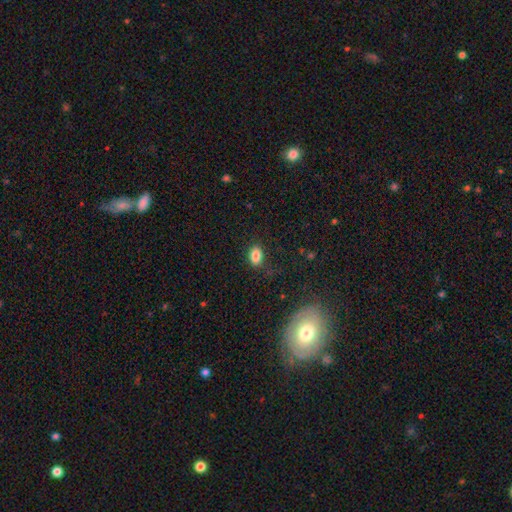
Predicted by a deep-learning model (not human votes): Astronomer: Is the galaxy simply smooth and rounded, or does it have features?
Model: smooth — 84%.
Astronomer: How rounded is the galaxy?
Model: in between — 79%.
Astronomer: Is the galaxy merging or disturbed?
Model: none — 82%.